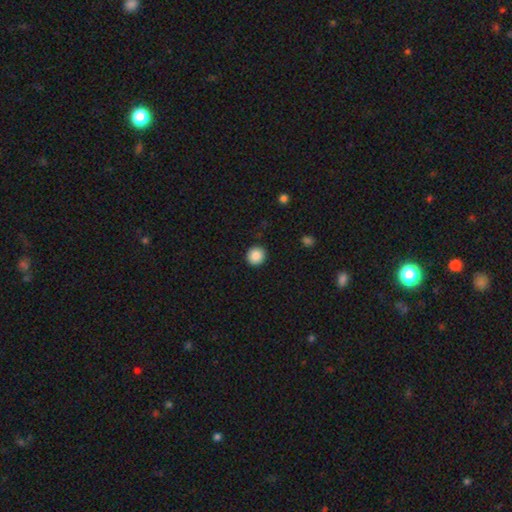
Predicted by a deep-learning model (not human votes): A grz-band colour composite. It shows a smooth galaxy with no disk features (88%) that is round (94%). Merging: none (92%).